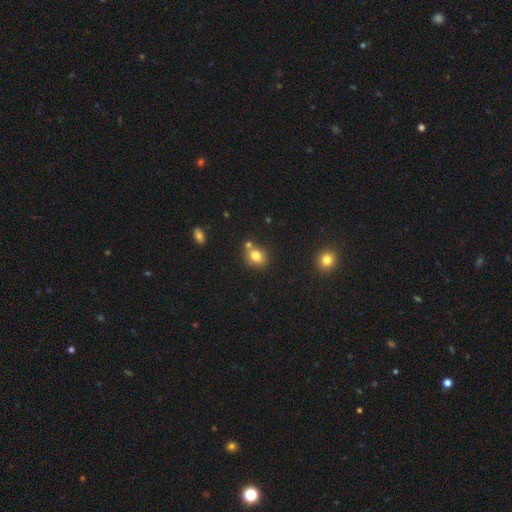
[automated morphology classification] The model was most divided on "how rounded": round: 55%, in between: 44%, cigar-shaped: 1%. More confident: smooth or featured — smooth (79%); merging — none (63%).